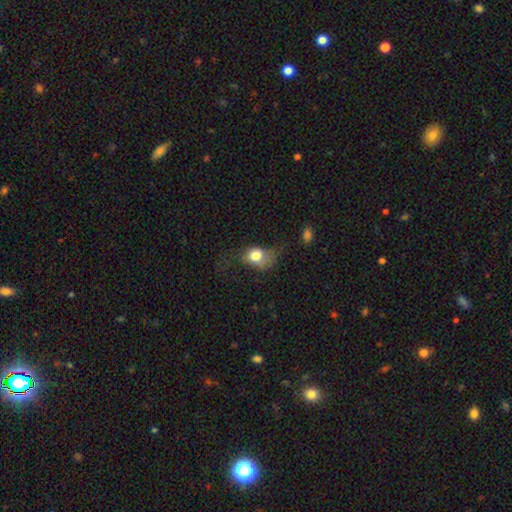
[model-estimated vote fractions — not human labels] Smooth or featured? Predicted: smooth (p=0.75). How rounded? Predicted: in between (p=0.58). Merging? Predicted: major disturbance (p=0.36).